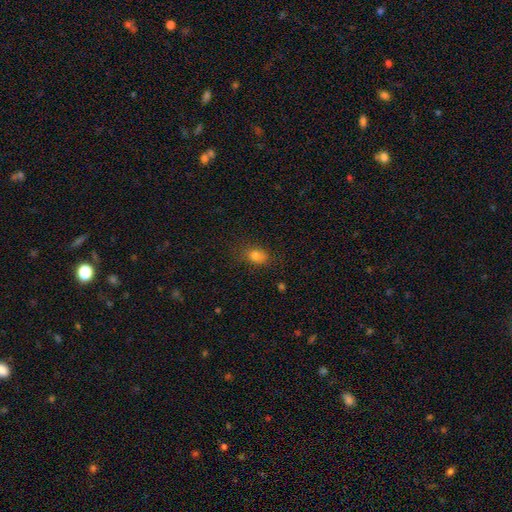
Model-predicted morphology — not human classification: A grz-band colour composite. It shows a smooth galaxy with no disk features (79%) that is in between round and cigar-shaped (68%). Merging: none (74%).